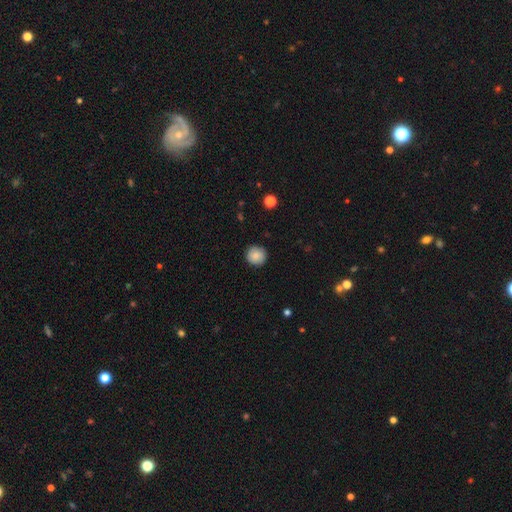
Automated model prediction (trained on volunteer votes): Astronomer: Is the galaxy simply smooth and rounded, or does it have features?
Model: smooth — 85%.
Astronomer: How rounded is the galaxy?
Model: round — 94%.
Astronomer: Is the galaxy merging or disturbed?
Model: none — 89%.